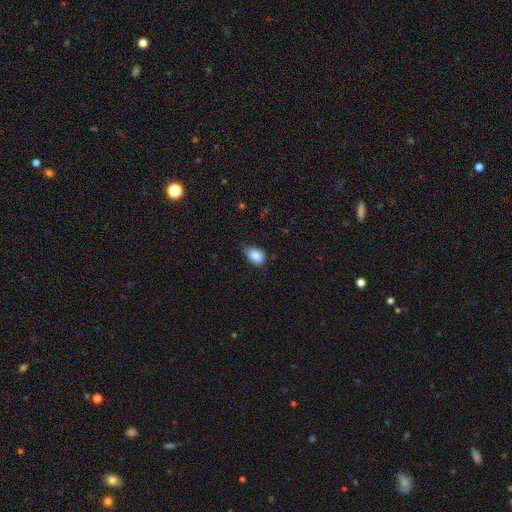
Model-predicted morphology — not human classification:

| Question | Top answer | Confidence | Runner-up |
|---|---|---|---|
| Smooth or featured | smooth | 85% | star or artifact (9%) |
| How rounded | in between | 75% | round (23%) |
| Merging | none | 54% | minor disturbance (37%) |